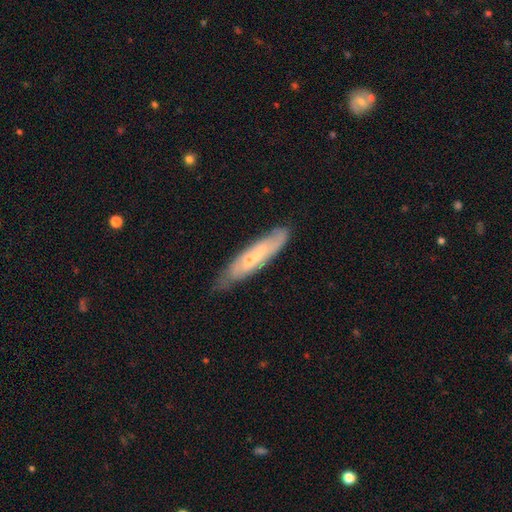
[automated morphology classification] Q: Smooth or featured?
A: featured or disk (59%); runner-up: smooth (34%)
Q: Edge-on disk?
A: no (59%); runner-up: yes (41%)
Q: Merging?
A: none (72%); runner-up: minor disturbance (21%)